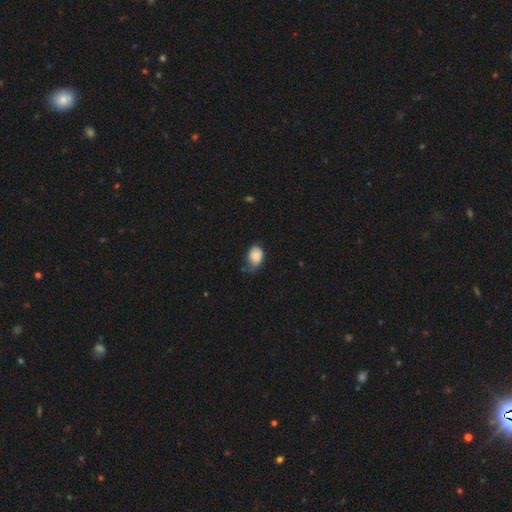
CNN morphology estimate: A smooth galaxy with no disk features (87%) that is in between round and cigar-shaped (73%).

Vote fractions:
- Smooth or featured? smooth: 87% / star or artifact: 7% / featured or disk: 6%
- How rounded? in between: 73% / round: 26% / cigar-shaped: 1%
- Merging? none: 46% / minor disturbance: 41% / major disturbance: 10% / merger: 3%